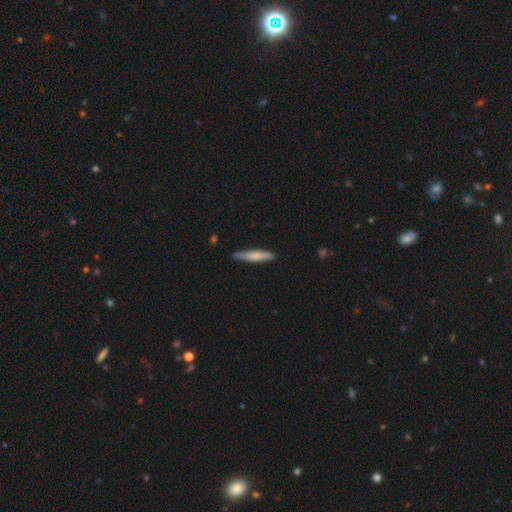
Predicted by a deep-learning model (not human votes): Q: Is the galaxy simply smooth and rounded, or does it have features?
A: smooth — 70%.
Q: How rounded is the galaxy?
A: cigar-shaped — 89%.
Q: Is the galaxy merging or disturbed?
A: none — 82%.